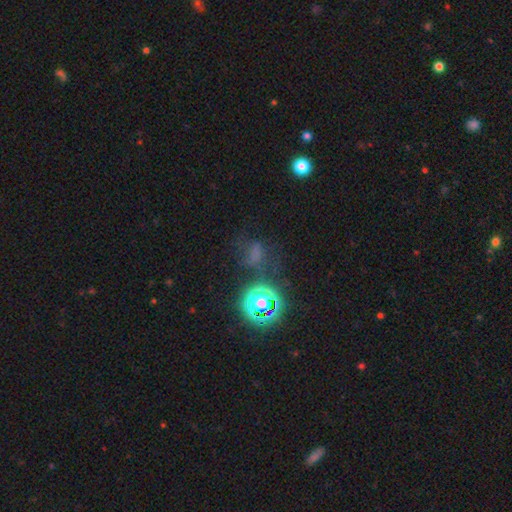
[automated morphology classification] smooth-or-featured: smooth: 45% | star or artifact: 39% | featured or disk: 16%
  merging: none: 54% | major disturbance: 20% | minor disturbance: 19% | merger: 6%